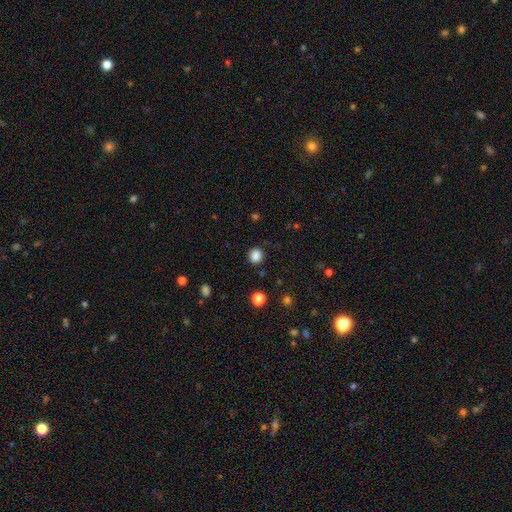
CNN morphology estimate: smooth 85%, star or artifact 12%, featured or disk 3%. Down the decision tree: how rounded — round (85%); merging — none (89%).